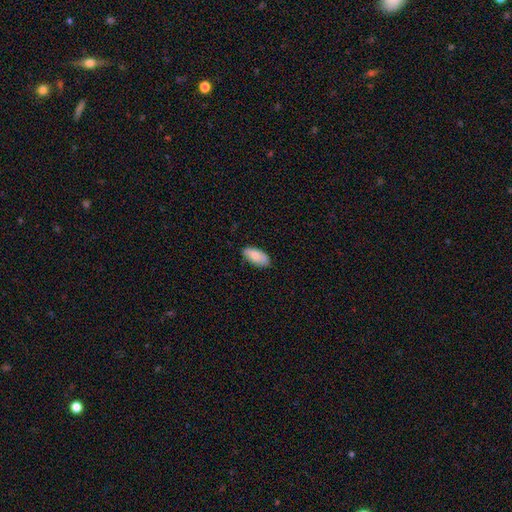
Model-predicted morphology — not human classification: A smooth galaxy with no disk features (81%) that is in between round and cigar-shaped (92%). Merging: none (81%).